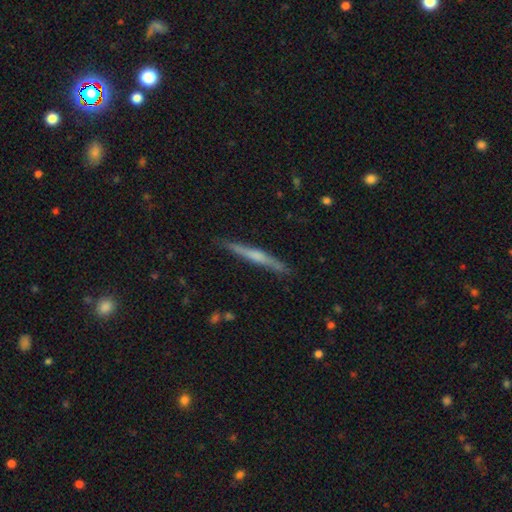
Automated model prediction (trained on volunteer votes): Smooth or featured? Predicted: featured or disk (p=0.57). Edge-on disk? Predicted: yes (p=0.97). Edge-on bulge? Predicted: rounded (p=0.48). Merging? Predicted: none (p=0.88).